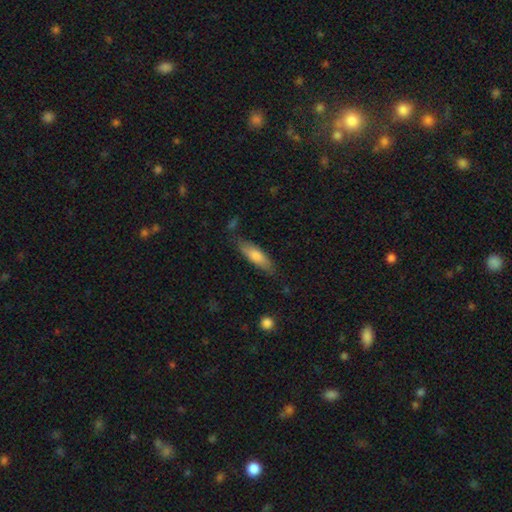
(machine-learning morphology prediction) smooth_or_featured: smooth (p=0.74) [alt: featured or disk p=0.20]
how_rounded: cigar-shaped (p=0.51) [alt: in between p=0.47]
merging: none (p=0.77) [alt: minor disturbance p=0.17]